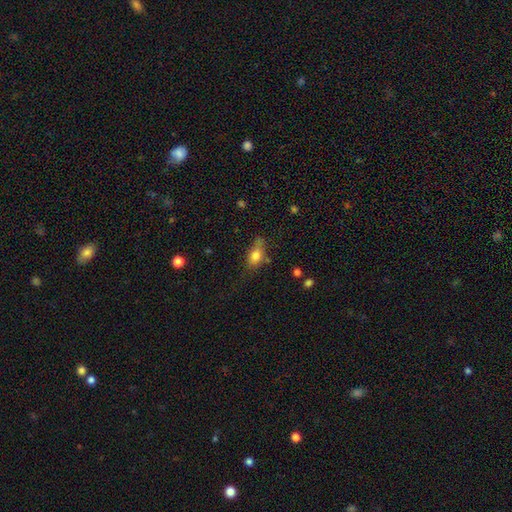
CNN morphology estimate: The model was most divided on "merging": none: 53%, minor disturbance: 30%, major disturbance: 12%, merger: 5%. More confident: smooth or featured — smooth (76%); how rounded — in between (76%).